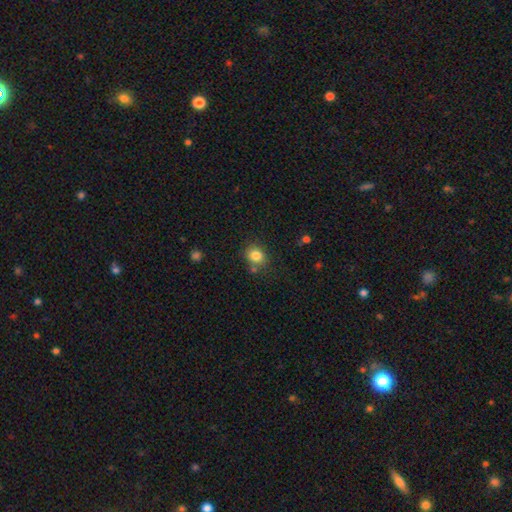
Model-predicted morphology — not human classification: Overall: smooth (83%). How rounded: round (68%; in between 31%). Merging: none (74%).